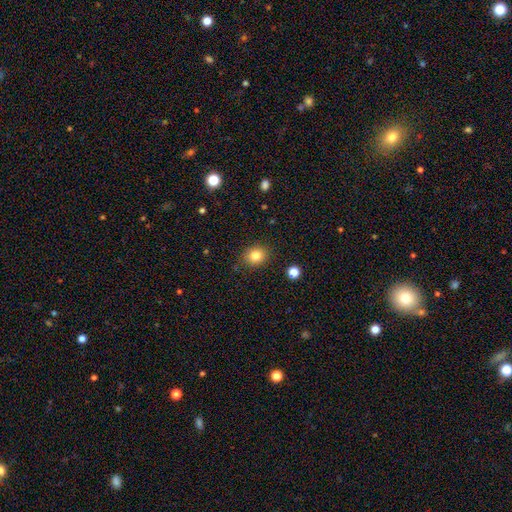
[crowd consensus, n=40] smooth 85%, featured or disk 8%, star or artifact 8%. Down the decision tree: how rounded — round (62%); merging — none (97%).